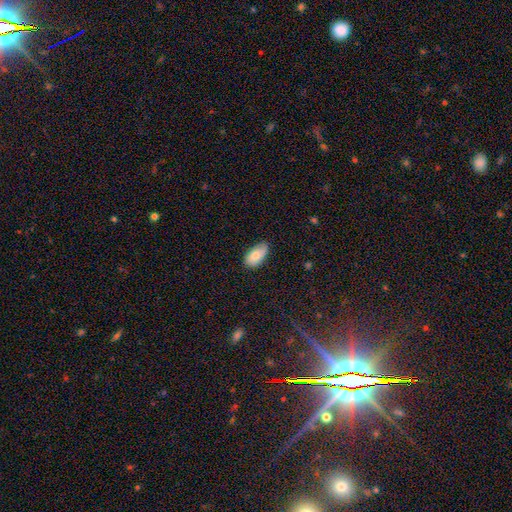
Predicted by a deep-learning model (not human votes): This is likely a smooth galaxy (78%). How rounded: clearly in between (94%). Merging: likely none (70%).